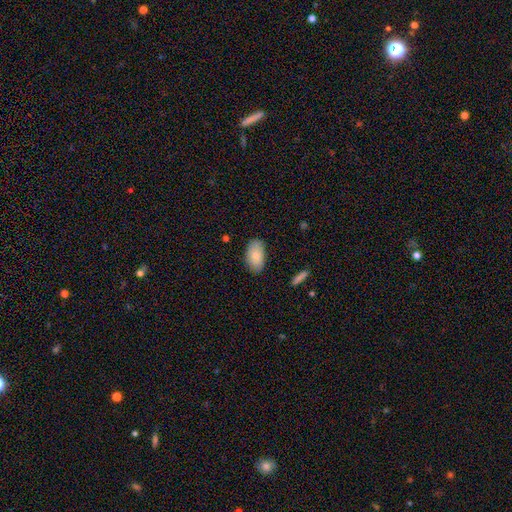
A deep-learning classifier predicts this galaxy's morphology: Smooth or featured? Predicted: smooth (p=0.83). How rounded? Predicted: in between (p=0.94). Merging? Predicted: none (p=0.83).